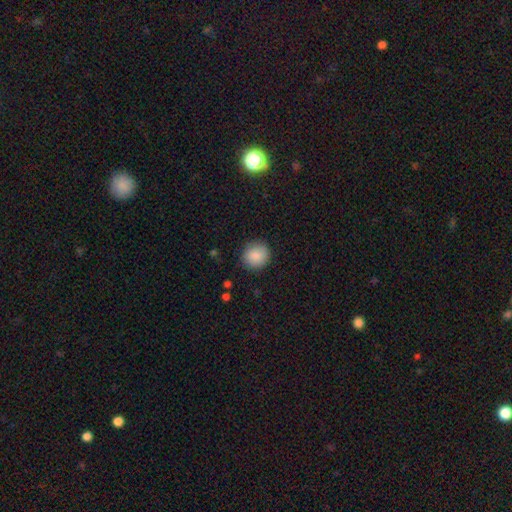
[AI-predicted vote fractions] Smooth or featured? smooth (88%)
How rounded? round (89%)
Merging? none (87%)